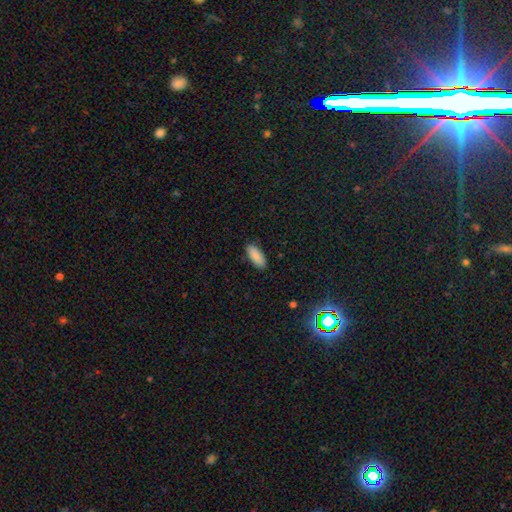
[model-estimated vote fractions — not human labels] Smooth or featured: smooth — 88% (star or artifact — 7%)
How rounded: in between — 82% (cigar-shaped — 17%)
Merging: none — 88% (minor disturbance — 9%)